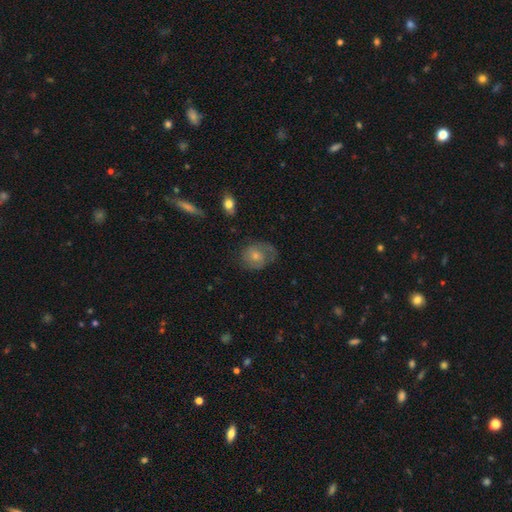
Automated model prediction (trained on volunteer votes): smooth_or_featured: smooth (p=0.49) [alt: featured or disk p=0.42]
merging: none (p=0.55) [alt: minor disturbance p=0.26]